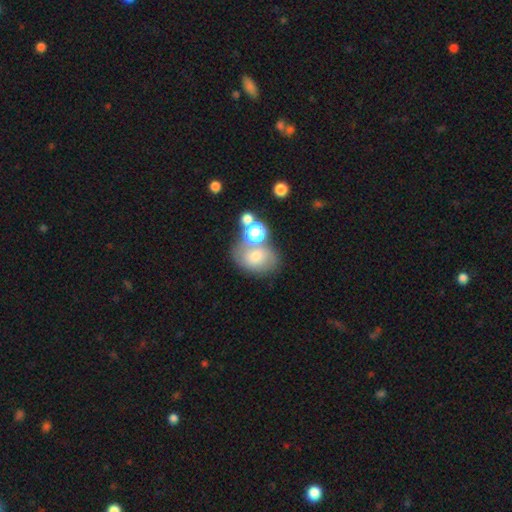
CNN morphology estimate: Smooth or featured? Predicted: smooth (p=0.61). How rounded? Predicted: in between (p=0.60). Merging? Predicted: none (p=0.45).